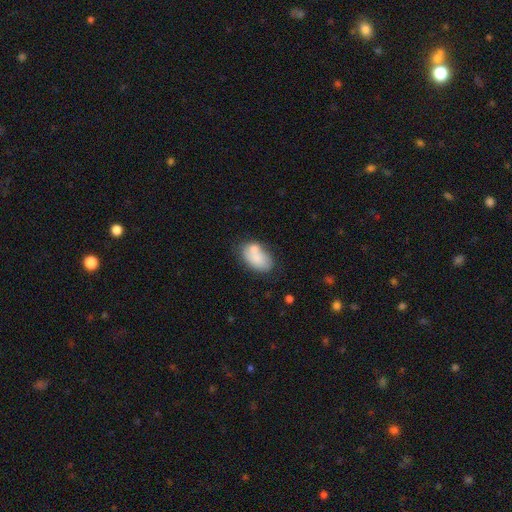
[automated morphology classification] A smooth galaxy with no disk features (75%) that is in between round and cigar-shaped (91%). Merging: none (43%).